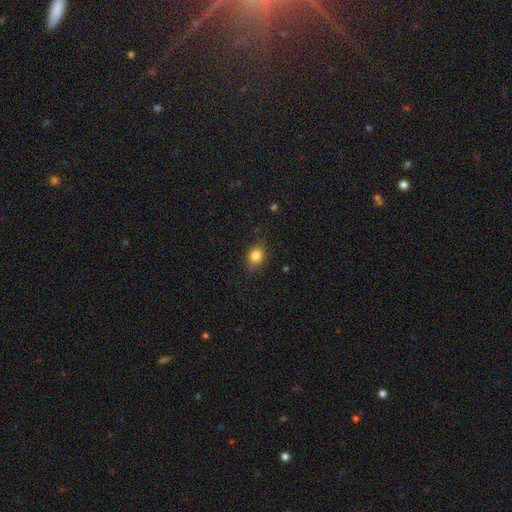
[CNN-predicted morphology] Smooth or featured? smooth (82%)
How rounded? in between (50%)
Merging? none (75%)